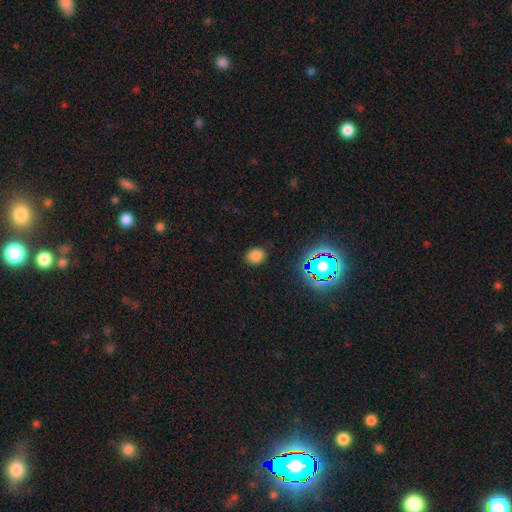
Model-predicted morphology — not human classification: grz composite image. It shows a smooth galaxy with no disk features (77%) that is round (57%). Merging: none (86%).